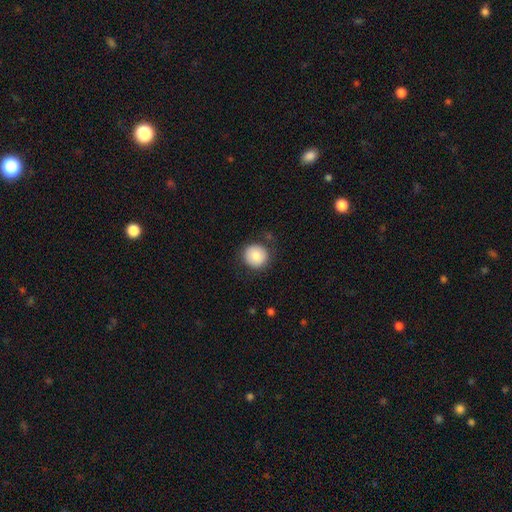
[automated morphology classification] This is clearly a smooth galaxy (84%). How rounded: clearly round (93%). Merging: clearly none (82%).